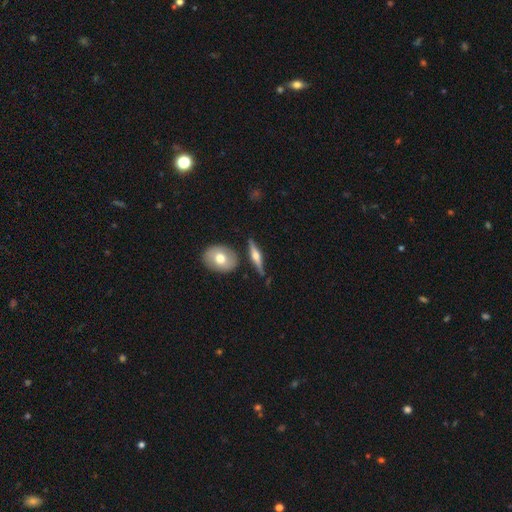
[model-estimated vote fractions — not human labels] Morphology: type=featured or disk (64%); edge-on=yes (93%); edge-on bulge=rounded (94%); merging=none (76%).